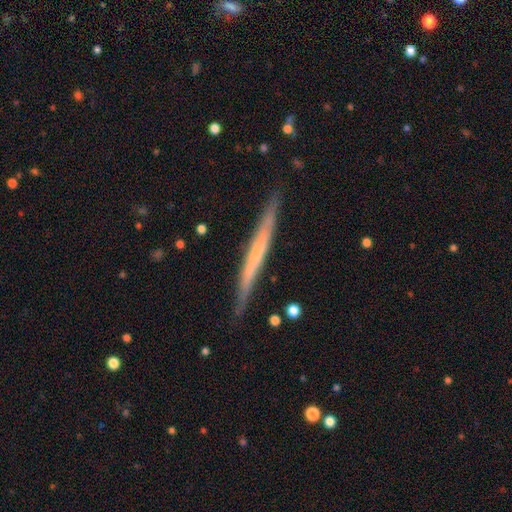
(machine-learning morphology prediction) Overall: featured or disk (55%; smooth 39%). Edge-on disk: yes (97%). Edge-on bulge: none (84%). Merging: none (88%).